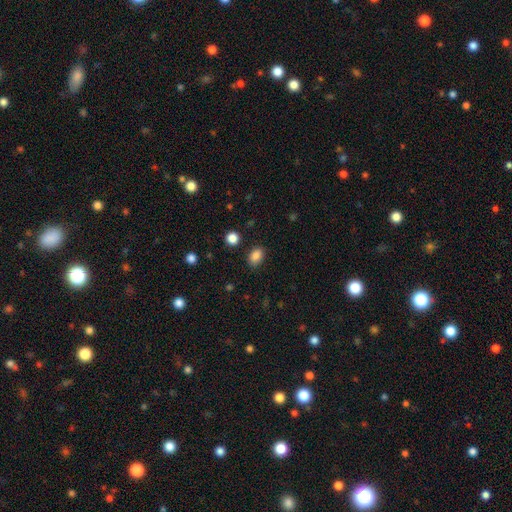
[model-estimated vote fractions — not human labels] Smooth or featured? Predicted: smooth (p=0.86). How rounded? Predicted: in between (p=0.75). Merging? Predicted: none (p=0.84).